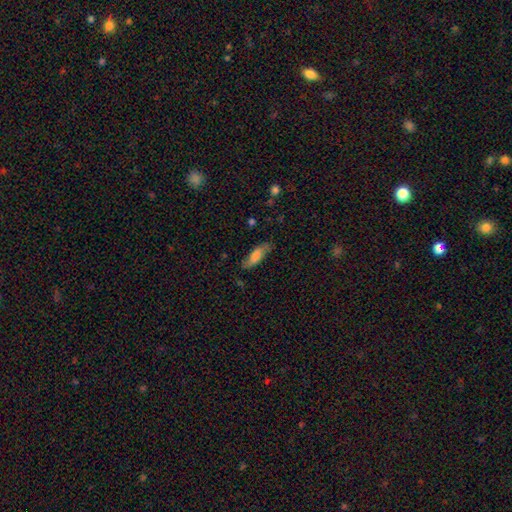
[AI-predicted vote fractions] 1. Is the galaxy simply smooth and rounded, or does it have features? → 62% smooth, 31% featured or disk, 7% star or artifact.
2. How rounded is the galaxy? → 58% in between, 40% cigar-shaped, 3% round.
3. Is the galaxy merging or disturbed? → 75% none, 18% minor disturbance, 5% major disturbance, 2% merger.